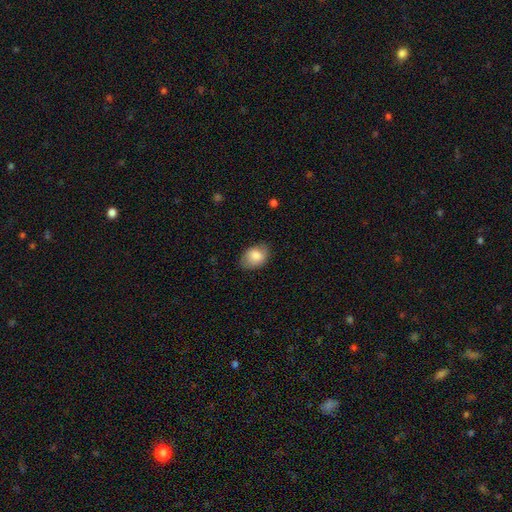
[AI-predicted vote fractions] Q: Smooth or featured?
A: smooth (84%); runner-up: featured or disk (9%)
Q: How rounded?
A: in between (79%); runner-up: round (20%)
Q: Merging?
A: none (74%); runner-up: minor disturbance (21%)